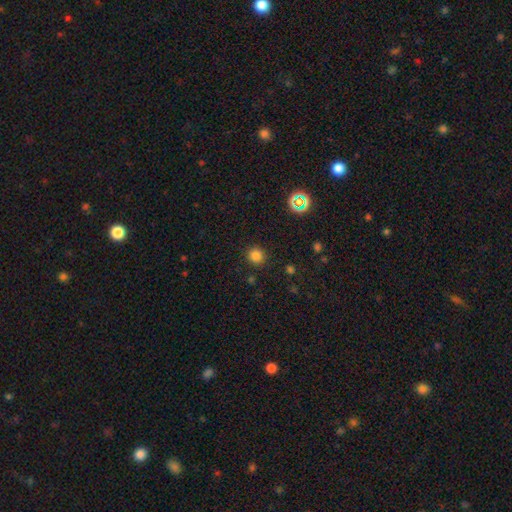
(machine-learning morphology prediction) Smooth or featured: smooth — 80% (star or artifact — 16%)
How rounded: round — 93% (in between — 6%)
Merging: none — 89% (minor disturbance — 7%)